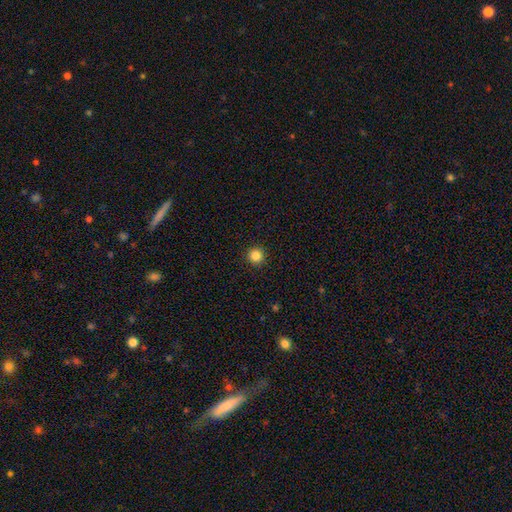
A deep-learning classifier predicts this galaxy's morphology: The model was most divided on "smooth or featured": smooth: 85%, star or artifact: 11%, featured or disk: 3%. More confident: how rounded — round (96%); merging — none (93%).